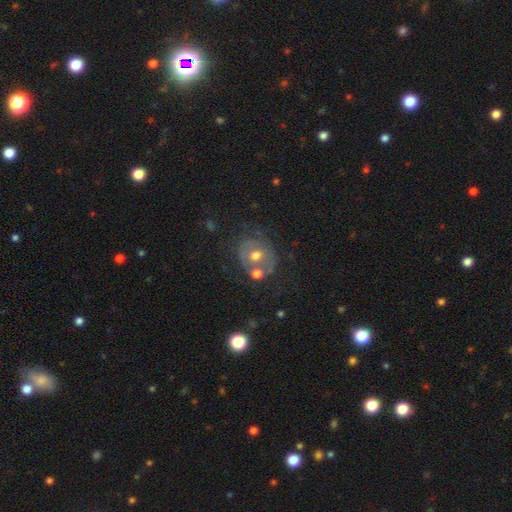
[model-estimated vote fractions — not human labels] smooth-or-featured: featured or disk: 49% | smooth: 40% | star or artifact: 10%
  merging: none: 50% | merger: 22% | minor disturbance: 18% | major disturbance: 11%